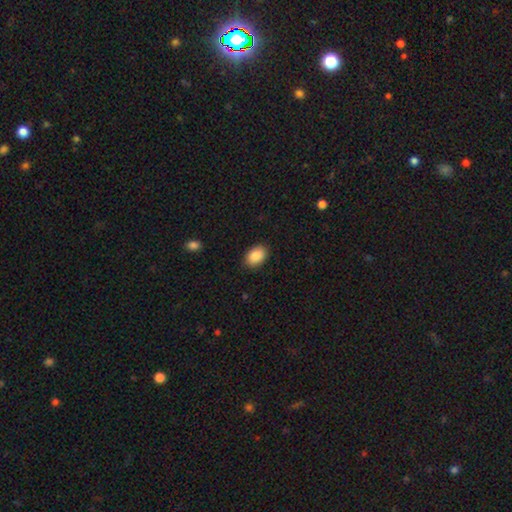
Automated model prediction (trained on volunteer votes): Smooth or featured?
  - smooth: 88% *
  - star or artifact: 7%
  - featured or disk: 5%
How rounded?
  - in between: 84% *
  - round: 15%
  - cigar-shaped: 1%
Merging?
  - none: 88% *
  - minor disturbance: 8%
  - major disturbance: 2%
  - merger: 1%